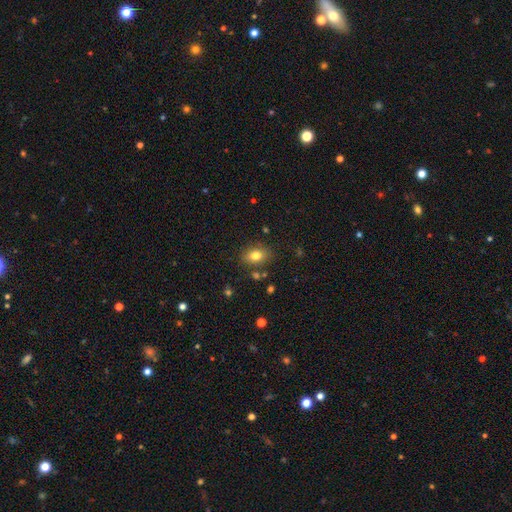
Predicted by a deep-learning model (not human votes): smooth-or-featured: smooth: 79% | star or artifact: 10% | featured or disk: 10%
  how-rounded: in between: 73% | round: 26% | cigar-shaped: 1%
  merging: none: 81% | minor disturbance: 12% | merger: 4% | major disturbance: 3%